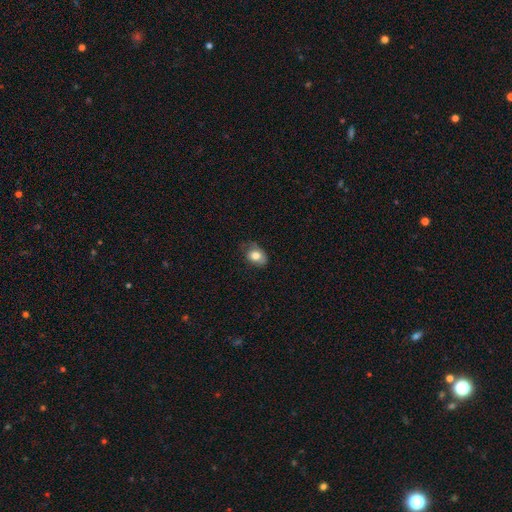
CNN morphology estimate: smooth-or-featured: smooth: 77% | featured or disk: 15% | star or artifact: 8%
  how-rounded: in between: 71% | round: 28% | cigar-shaped: 1%
  merging: none: 56% | minor disturbance: 32% | major disturbance: 11% | merger: 1%